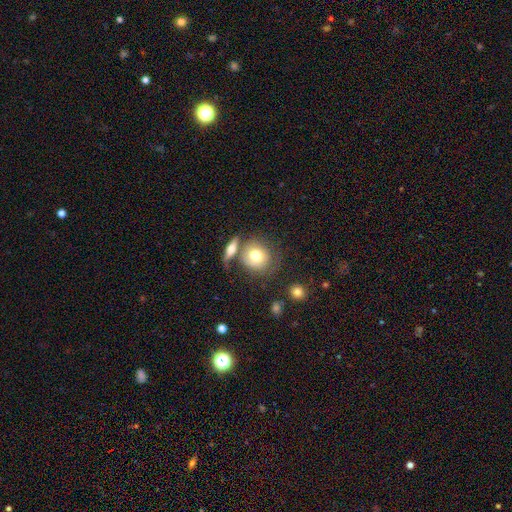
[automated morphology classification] smooth-or-featured: smooth: 72% | featured or disk: 20% | star or artifact: 8%
  how-rounded: round: 83% | in between: 15% | cigar-shaped: 1%
  merging: none: 57% | merger: 22% | minor disturbance: 14% | major disturbance: 7%